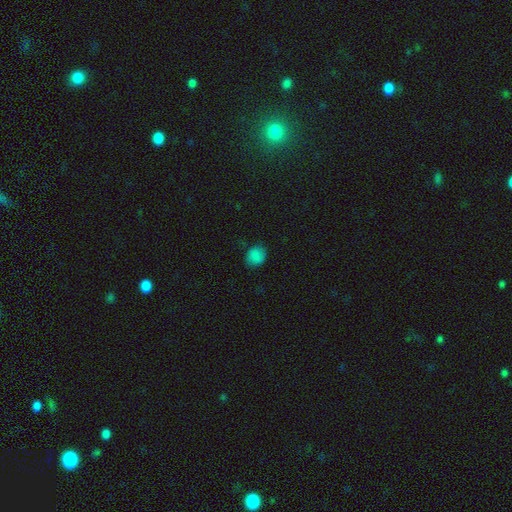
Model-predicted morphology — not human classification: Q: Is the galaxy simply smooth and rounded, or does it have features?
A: smooth — 82%.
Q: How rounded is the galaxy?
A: round — 60%.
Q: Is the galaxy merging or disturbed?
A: none — 76%.